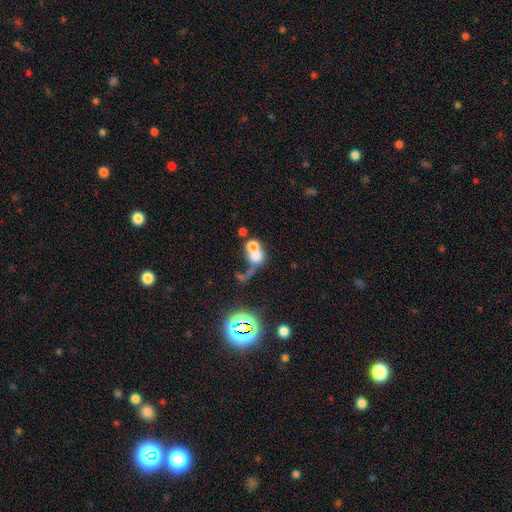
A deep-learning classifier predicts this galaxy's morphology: This appears to be a smooth galaxy with no disk features (56%) that is round (64%). Merging: merger (59%).